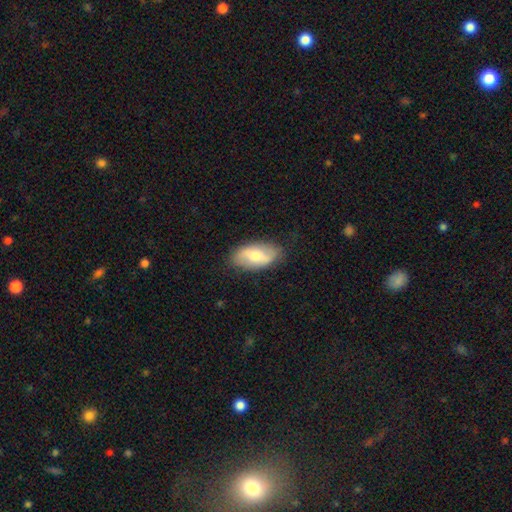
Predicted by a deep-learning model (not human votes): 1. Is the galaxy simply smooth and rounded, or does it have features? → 53% smooth, 41% featured or disk, 6% star or artifact.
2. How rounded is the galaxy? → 92% in between, 4% round, 4% cigar-shaped.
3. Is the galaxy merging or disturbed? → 81% none, 14% minor disturbance, 4% major disturbance, 1% merger.